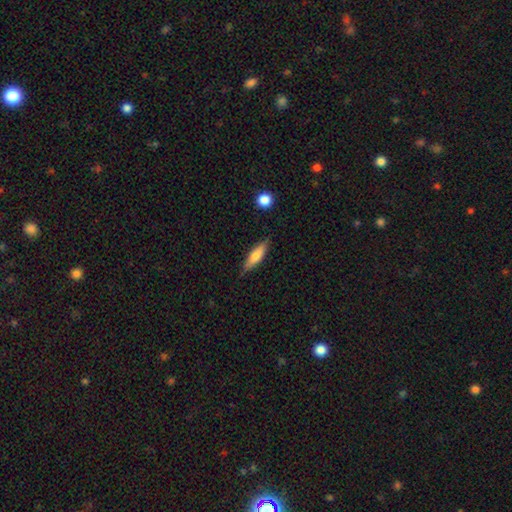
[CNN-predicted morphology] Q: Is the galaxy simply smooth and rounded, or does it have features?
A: smooth — 65%.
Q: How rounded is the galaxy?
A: cigar-shaped — 64%.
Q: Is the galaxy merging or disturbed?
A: none — 80%.